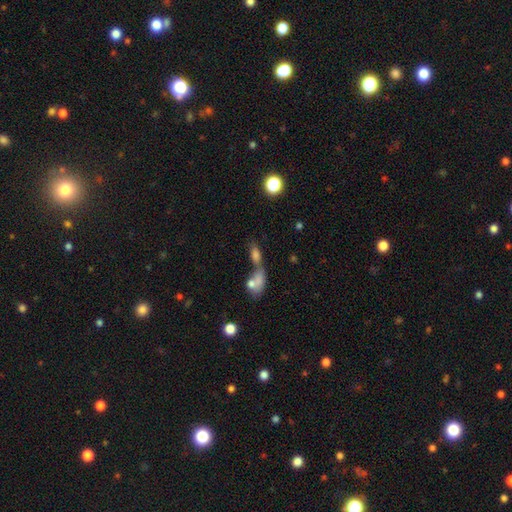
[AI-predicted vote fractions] smooth-or-featured: smooth: 56% | featured or disk: 25% | star or artifact: 20%
  how-rounded: in between: 64% | cigar-shaped: 19% | round: 16%
  merging: merger: 53% | none: 29% | minor disturbance: 9% | major disturbance: 9%